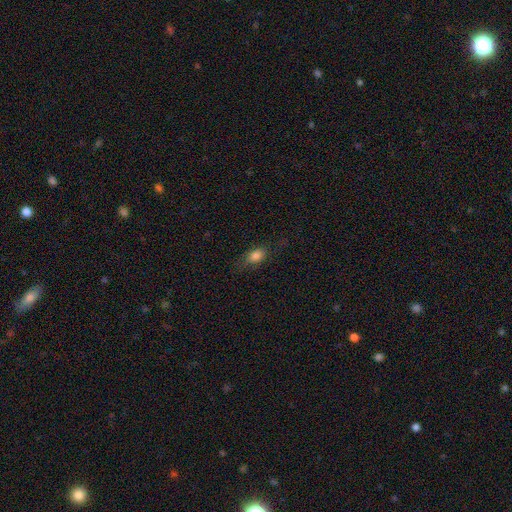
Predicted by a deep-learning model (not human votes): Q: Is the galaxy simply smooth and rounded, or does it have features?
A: smooth — 78%.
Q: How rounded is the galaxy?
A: in between — 81%.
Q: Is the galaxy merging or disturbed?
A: none — 70%.